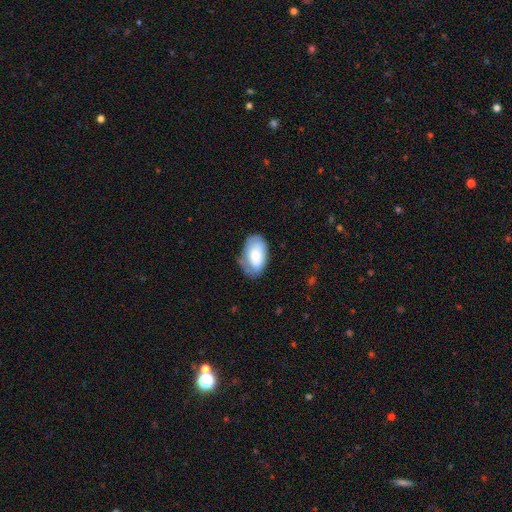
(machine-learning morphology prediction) Smooth or featured: smooth — 73% (featured or disk — 21%)
How rounded: in between — 94% (round — 5%)
Merging: none — 60% (minor disturbance — 29%)